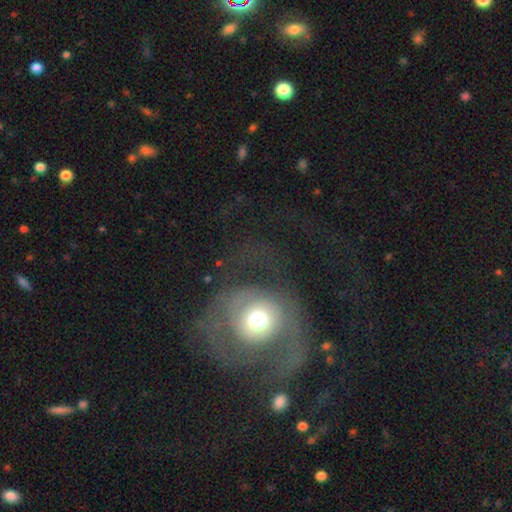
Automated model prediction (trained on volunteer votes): This is possibly a featured or disk galaxy (59%). It is clearly not viewed edge-on (96%). Bar: likely no (77%). Spiral arm pattern: possibly yes (59%). Central bulge: likely moderate (64%). Merging: possibly none (46%).